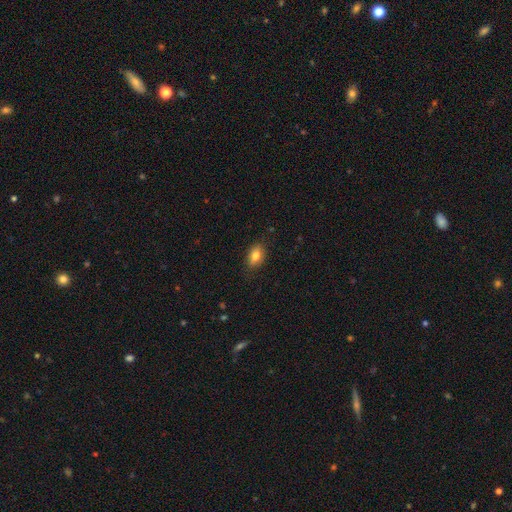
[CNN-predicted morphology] Smooth or featured? smooth (79%)
How rounded? in between (85%)
Merging? none (83%)